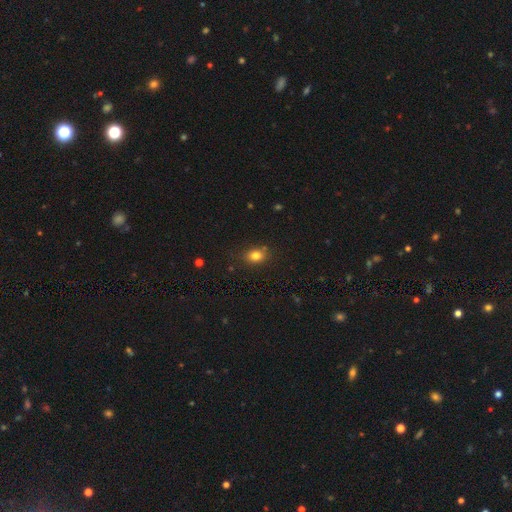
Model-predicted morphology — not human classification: Smooth or featured?
  - smooth: 81% *
  - star or artifact: 12%
  - featured or disk: 7%
How rounded?
  - in between: 62% *
  - round: 37%
  - cigar-shaped: 1%
Merging?
  - none: 81% *
  - minor disturbance: 13%
  - major disturbance: 3%
  - merger: 3%